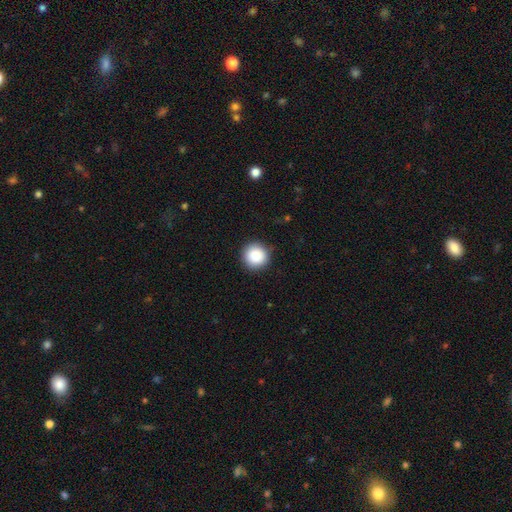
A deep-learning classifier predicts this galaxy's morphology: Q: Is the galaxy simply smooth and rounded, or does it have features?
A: smooth — 88%.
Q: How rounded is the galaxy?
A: round — 95%.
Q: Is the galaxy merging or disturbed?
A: none — 90%.